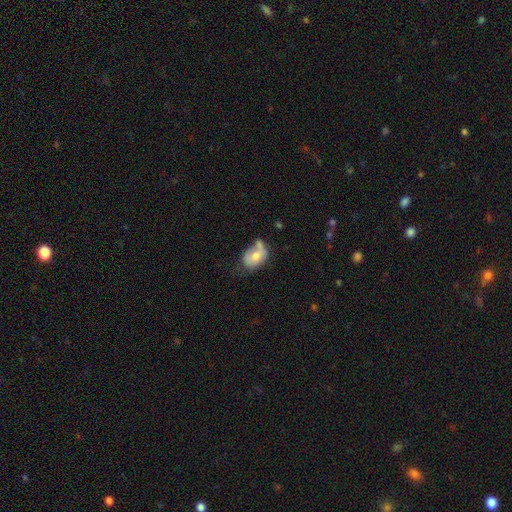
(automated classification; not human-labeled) Smooth or featured?
  - smooth: 60% *
  - featured or disk: 32%
  - star or artifact: 8%
How rounded?
  - in between: 73% *
  - round: 26%
  - cigar-shaped: 1%
Merging?
  - minor disturbance: 32% *
  - none: 28%
  - merger: 21%
  - major disturbance: 19%